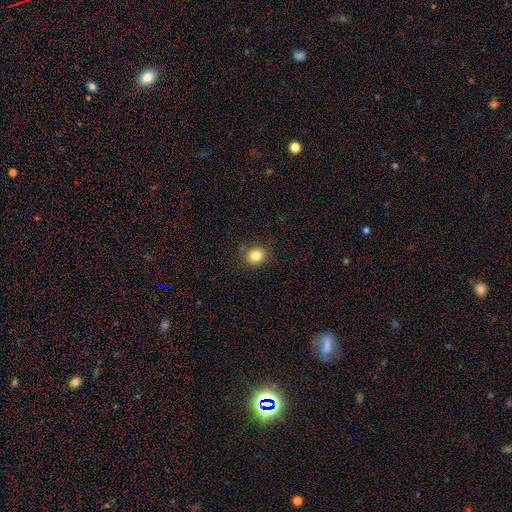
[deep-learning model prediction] The model was most divided on "how rounded": round: 80%, in between: 20%, cigar-shaped: 1%. More confident: merging — none (84%); smooth or featured — smooth (82%).